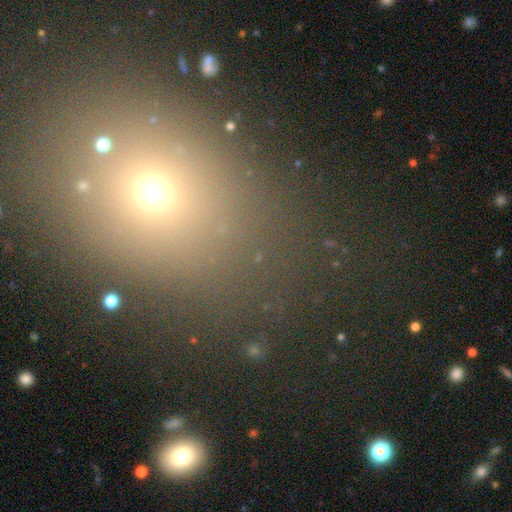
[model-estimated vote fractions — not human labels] Smooth or featured: smooth — 54% (star or artifact — 36%)
How rounded: round — 62% (in between — 36%)
Merging: none — 79% (minor disturbance — 10%)